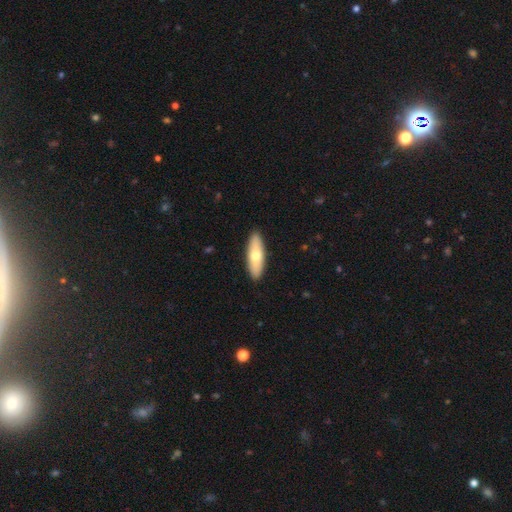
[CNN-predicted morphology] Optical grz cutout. It shows a smooth galaxy with no disk features (65%) that is in between round and cigar-shaped (55%). Merging: none (91%).